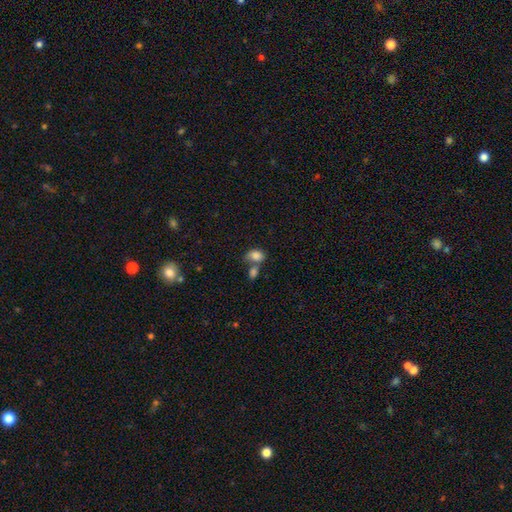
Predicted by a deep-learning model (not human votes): Smooth or featured? smooth (83%)
How rounded? in between (77%)
Merging? merger (47%)